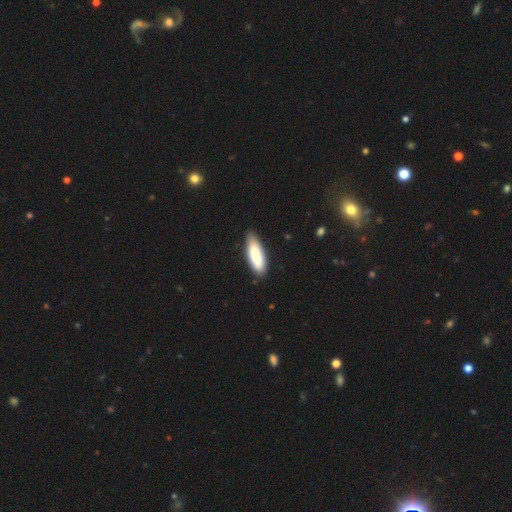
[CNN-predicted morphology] Q: Smooth or featured?
A: smooth (81%); runner-up: featured or disk (14%)
Q: How rounded?
A: in between (62%); runner-up: cigar-shaped (37%)
Q: Merging?
A: none (78%); runner-up: minor disturbance (18%)